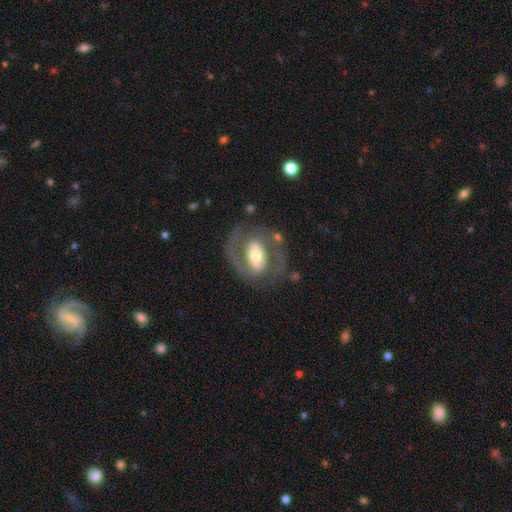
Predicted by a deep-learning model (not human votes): Smooth or featured? Predicted: featured or disk (p=0.76). Edge-on disk? Predicted: no (p=0.95). Bar? Predicted: strong (p=0.36). Spiral arms? Predicted: yes (p=0.69). Spiral winding? Predicted: medium (p=0.48). Spiral arm count? Predicted: 2 (p=0.81). Bulge size? Predicted: moderate (p=0.61). Merging? Predicted: none (p=0.69).